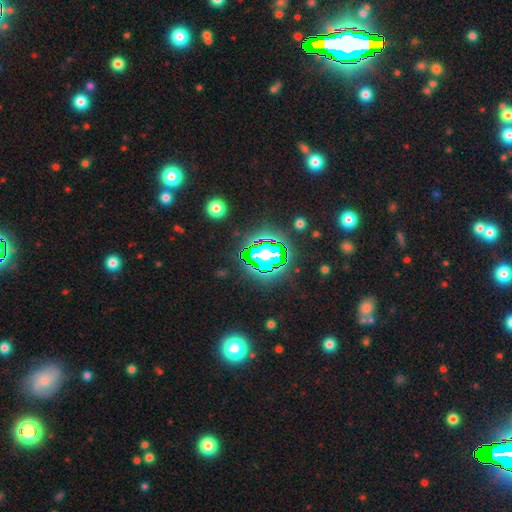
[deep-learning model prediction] Overall: star or artifact (75%).